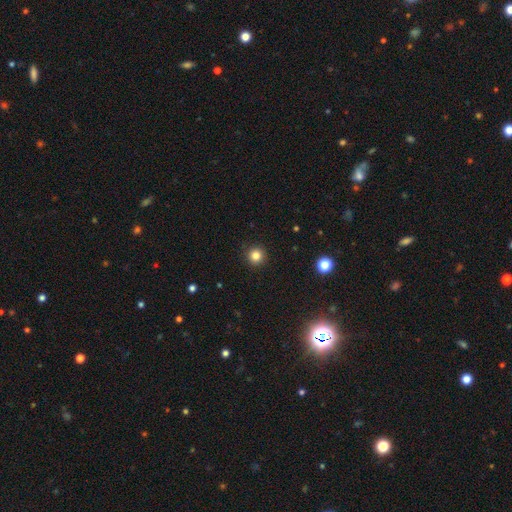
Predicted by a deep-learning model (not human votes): Q: Smooth or featured?
A: smooth (83%); runner-up: star or artifact (12%)
Q: How rounded?
A: round (95%); runner-up: in between (4%)
Q: Merging?
A: none (92%); runner-up: minor disturbance (5%)